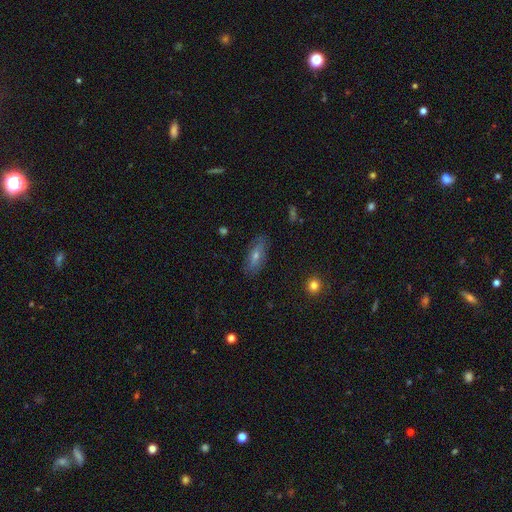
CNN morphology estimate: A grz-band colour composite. It shows a featured or disk galaxy (46%). Merging: none (83%).